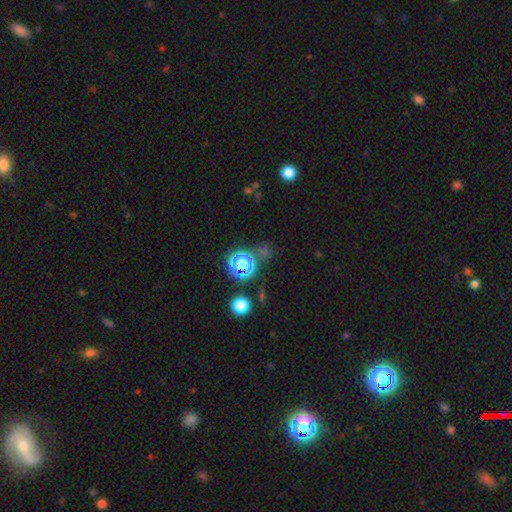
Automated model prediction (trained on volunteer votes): This is possibly a star or artifact rather than a galaxy (58%).